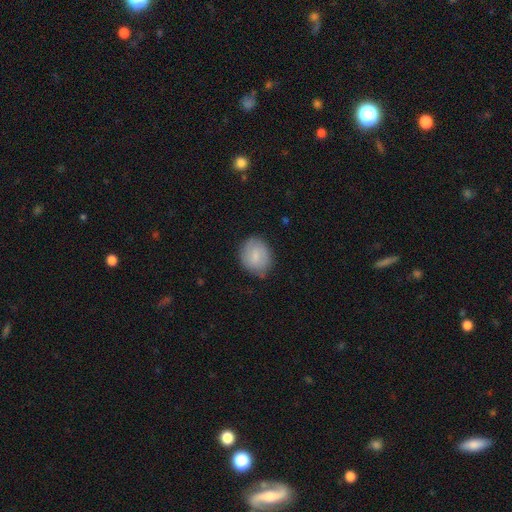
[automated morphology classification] smooth_or_featured: smooth (p=0.73) [alt: featured or disk p=0.20]
how_rounded: round (p=0.54) [alt: in between p=0.44]
merging: none (p=0.73) [alt: minor disturbance p=0.21]